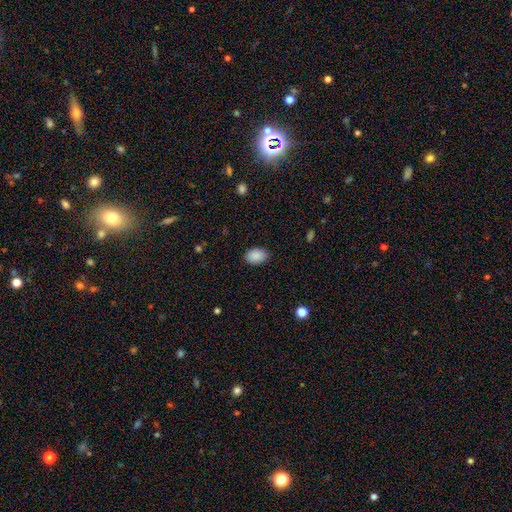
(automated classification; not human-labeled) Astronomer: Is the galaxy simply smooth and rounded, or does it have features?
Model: smooth — 90%.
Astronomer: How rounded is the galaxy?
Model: in between — 85%.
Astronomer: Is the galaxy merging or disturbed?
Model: none — 87%.